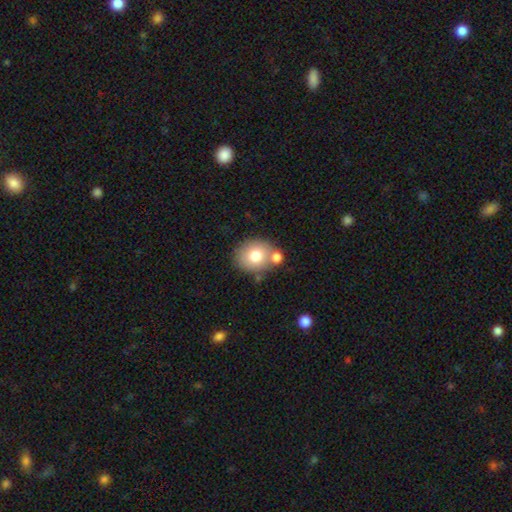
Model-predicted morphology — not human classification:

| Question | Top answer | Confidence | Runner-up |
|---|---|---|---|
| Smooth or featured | smooth | 75% | featured or disk (15%) |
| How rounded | round | 70% | in between (29%) |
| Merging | none | 63% | merger (21%) |